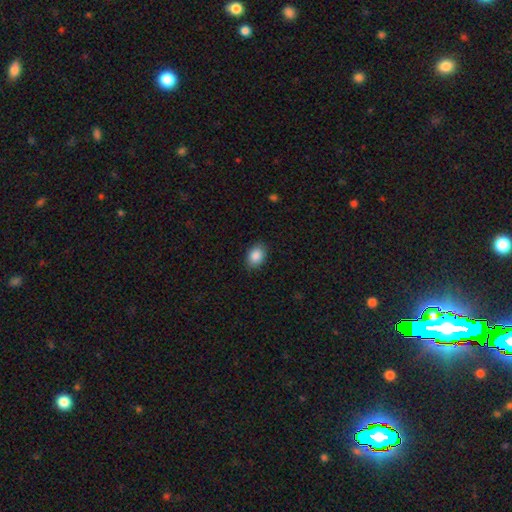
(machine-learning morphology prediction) smooth_or_featured: smooth (p=0.88) [alt: star or artifact p=0.08]
how_rounded: in between (p=0.77) [alt: round p=0.22]
merging: none (p=0.87) [alt: minor disturbance p=0.10]